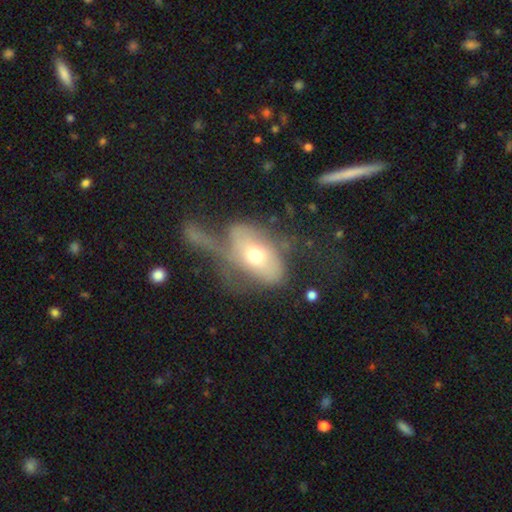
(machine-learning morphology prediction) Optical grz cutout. It shows a smooth galaxy with no disk features (51%) that is in between round and cigar-shaped (84%). Merging: major disturbance (43%).